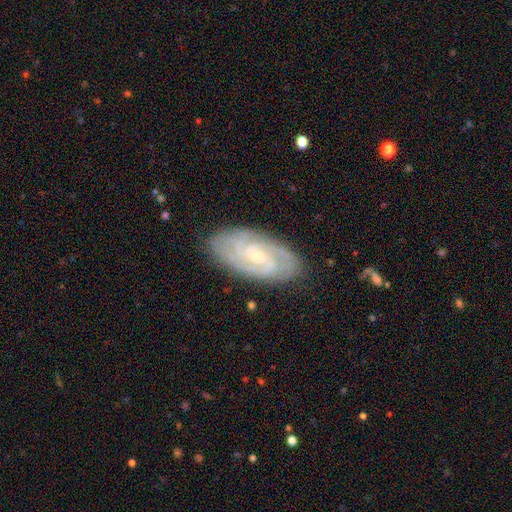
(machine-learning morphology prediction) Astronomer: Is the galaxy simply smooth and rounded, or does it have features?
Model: featured or disk — 85%.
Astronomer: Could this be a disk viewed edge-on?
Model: no — 96%.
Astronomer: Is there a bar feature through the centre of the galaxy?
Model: no — 48% (runner-up: weak, 42%).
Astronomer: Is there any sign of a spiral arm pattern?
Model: yes — 97%.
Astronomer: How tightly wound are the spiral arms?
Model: tight — 68%.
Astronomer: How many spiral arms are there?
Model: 2 — 34% (runner-up: can't tell, 22%).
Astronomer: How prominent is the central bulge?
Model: small — 74%.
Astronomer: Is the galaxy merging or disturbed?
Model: none — 83%.